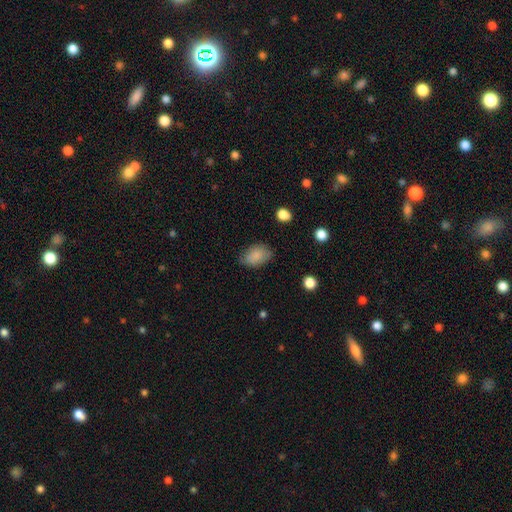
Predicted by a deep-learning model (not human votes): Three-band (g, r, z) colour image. It shows a smooth galaxy with no disk features (86%) that is in between round and cigar-shaped (89%). Merging: none (75%).